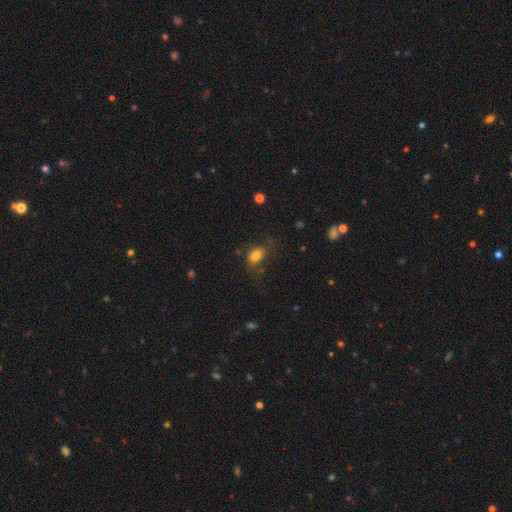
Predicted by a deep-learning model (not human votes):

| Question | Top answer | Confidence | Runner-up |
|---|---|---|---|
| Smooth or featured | smooth | 79% | star or artifact (11%) |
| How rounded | in between | 77% | round (21%) |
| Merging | none | 59% | minor disturbance (23%) |